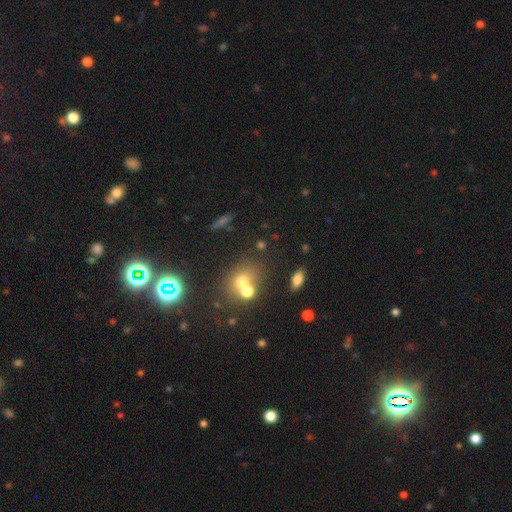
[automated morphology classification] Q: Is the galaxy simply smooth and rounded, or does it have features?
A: star or artifact — 57%.